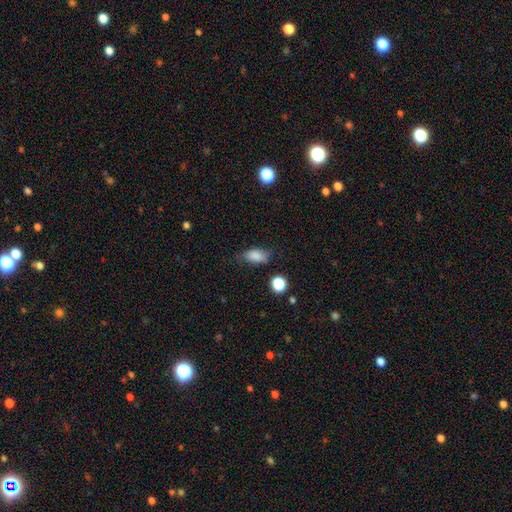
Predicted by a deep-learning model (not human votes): A smooth galaxy with no disk features (83%) that is in between round and cigar-shaped (86%).

Vote fractions:
- Smooth or featured? smooth: 83% / star or artifact: 9% / featured or disk: 7%
- How rounded? in between: 86% / round: 8% / cigar-shaped: 6%
- Merging? none: 68% / minor disturbance: 23% / major disturbance: 6% / merger: 2%